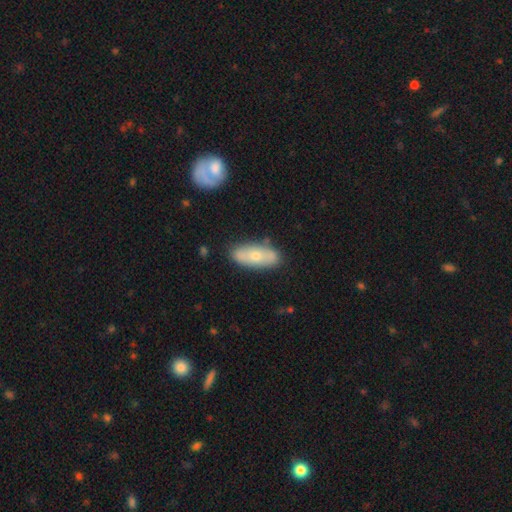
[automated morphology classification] Smooth or featured? Predicted: smooth (p=0.57). How rounded? Predicted: in between (p=0.78). Merging? Predicted: none (p=0.80).